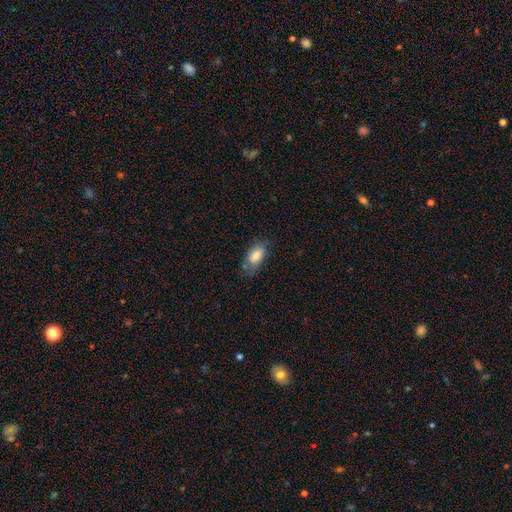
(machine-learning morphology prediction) smooth_or_featured: smooth (p=0.79) [alt: featured or disk p=0.14]
how_rounded: in between (p=0.89) [alt: cigar-shaped p=0.07]
merging: none (p=0.60) [alt: minor disturbance p=0.28]